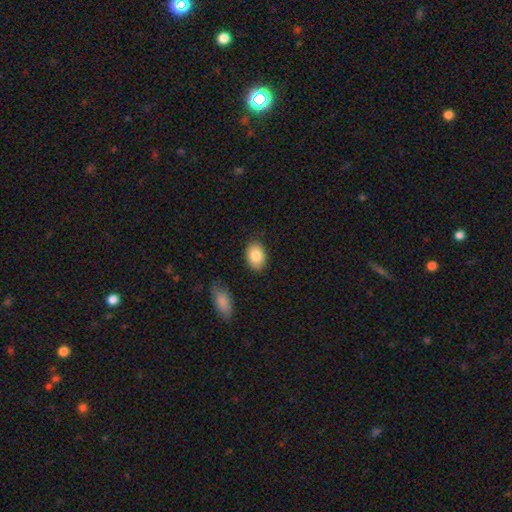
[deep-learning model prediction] smooth-or-featured: smooth: 84% | featured or disk: 9% | star or artifact: 7%
  how-rounded: in between: 82% | round: 17% | cigar-shaped: 1%
  merging: none: 86% | minor disturbance: 10% | major disturbance: 2% | merger: 2%